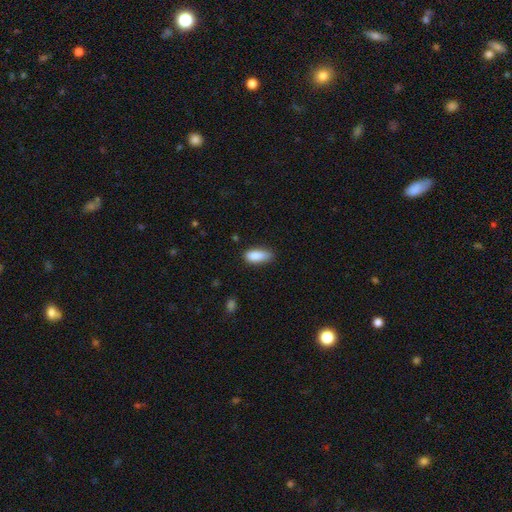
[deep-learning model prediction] A smooth galaxy with no disk features (86%) that is in between round and cigar-shaped (79%).

Vote fractions:
- Smooth or featured? smooth: 86% / star or artifact: 7% / featured or disk: 6%
- How rounded? in between: 79% / cigar-shaped: 18% / round: 2%
- Merging? none: 67% / minor disturbance: 26% / major disturbance: 5% / merger: 2%